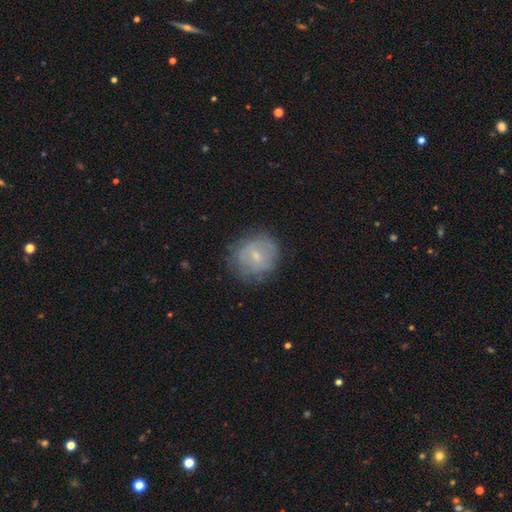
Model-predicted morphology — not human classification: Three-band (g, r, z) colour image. It shows a smooth galaxy with no disk features (53%) that is round (81%). Merging: none (73%).